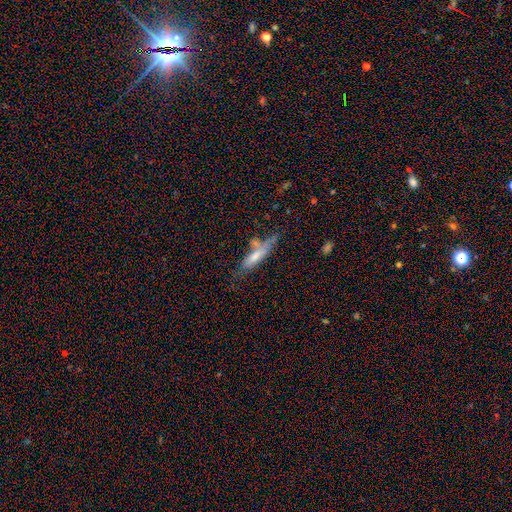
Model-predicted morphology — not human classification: The model was most divided on "merging": none: 43%, merger: 22%, minor disturbance: 22%, major disturbance: 12%. More confident: how rounded — cigar-shaped (65%); smooth or featured — smooth (64%).